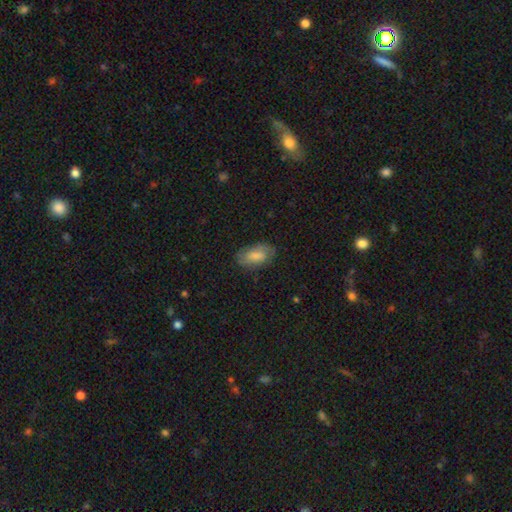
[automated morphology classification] This appears to be a smooth galaxy with no disk features (73%) that is in between round and cigar-shaped (92%). Merging: none (76%).